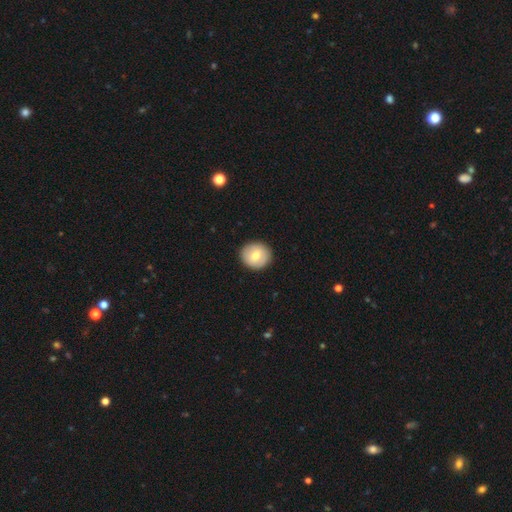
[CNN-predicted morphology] The model was most divided on "smooth or featured": smooth: 71%, featured or disk: 22%, star or artifact: 7%. More confident: merging — none (91%); how rounded — round (85%).